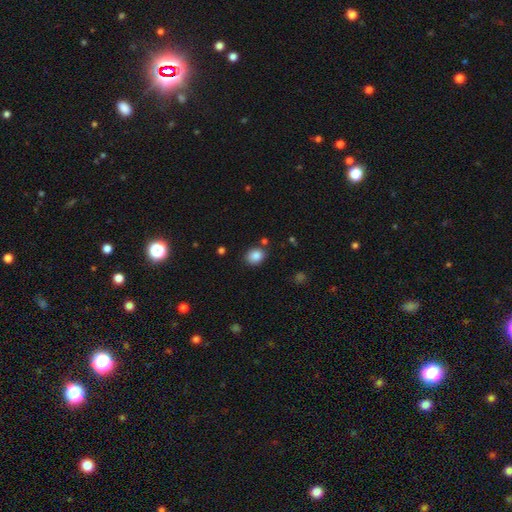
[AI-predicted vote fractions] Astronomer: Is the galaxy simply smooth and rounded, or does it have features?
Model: smooth — 86%.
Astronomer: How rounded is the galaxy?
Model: round — 59% (runner-up: in between, 41%).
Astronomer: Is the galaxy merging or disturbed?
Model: none — 81%.